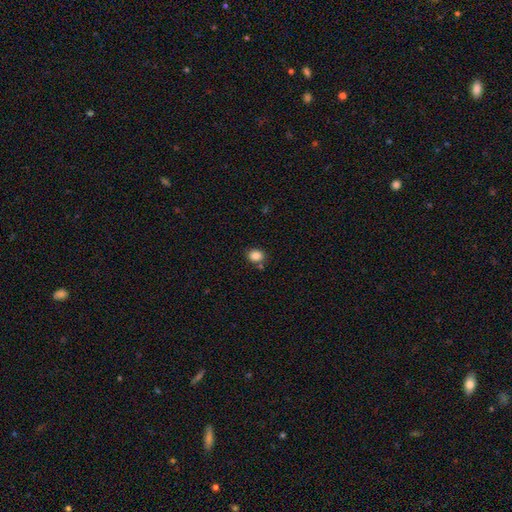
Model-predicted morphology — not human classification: Smooth or featured?
  - smooth: 86% *
  - star or artifact: 10%
  - featured or disk: 4%
How rounded?
  - round: 57% *
  - in between: 42%
  - cigar-shaped: 1%
Merging?
  - none: 76% *
  - minor disturbance: 12%
  - merger: 8%
  - major disturbance: 3%